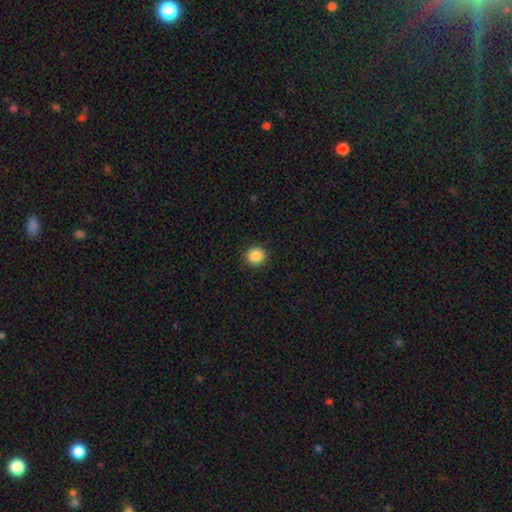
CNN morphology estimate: A smooth galaxy with no disk features (88%) that is round (92%).

Vote fractions:
- Smooth or featured? smooth: 88% / star or artifact: 9% / featured or disk: 3%
- How rounded? round: 92% / in between: 7% / cigar-shaped: 1%
- Merging? none: 92% / minor disturbance: 5% / major disturbance: 2% / merger: 1%